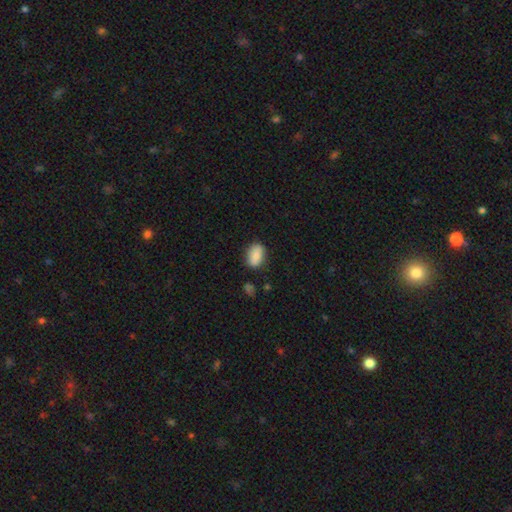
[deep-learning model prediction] Smooth or featured?
  - smooth: 84% *
  - featured or disk: 8%
  - star or artifact: 7%
How rounded?
  - in between: 88% *
  - round: 9%
  - cigar-shaped: 3%
Merging?
  - none: 79% *
  - minor disturbance: 15%
  - major disturbance: 3%
  - merger: 3%